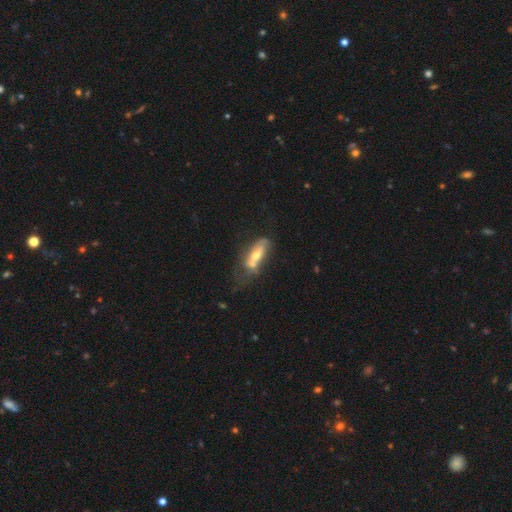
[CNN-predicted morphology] This is possibly a featured or disk galaxy (52%). It is likely not viewed edge-on (77%). Merging: possibly merger (48%).